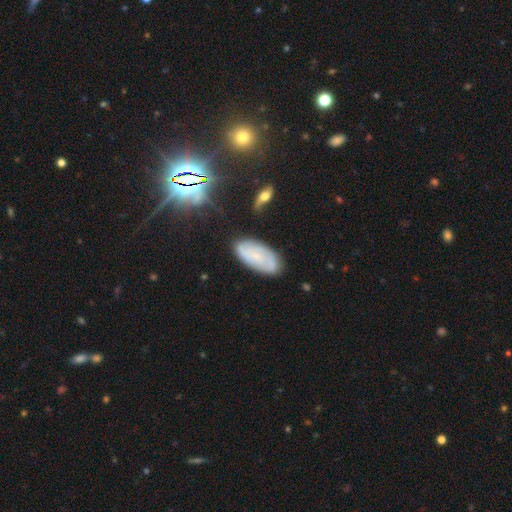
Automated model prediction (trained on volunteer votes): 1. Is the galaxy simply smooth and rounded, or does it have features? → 45% smooth, 44% featured or disk, 11% star or artifact.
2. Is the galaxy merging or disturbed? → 79% none, 15% minor disturbance, 4% major disturbance, 2% merger.